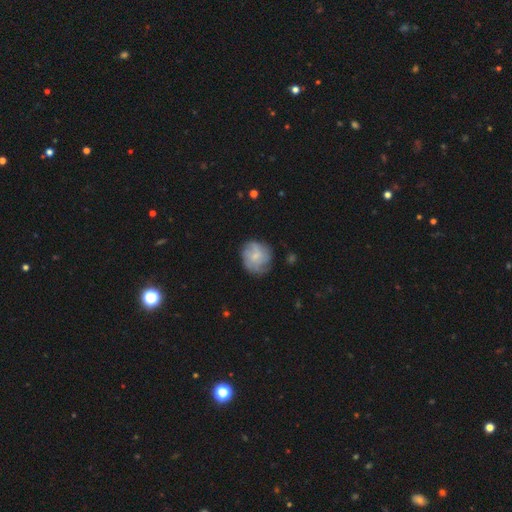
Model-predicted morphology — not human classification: The model was most divided on "smooth or featured": smooth: 49%, featured or disk: 44%, star or artifact: 8%. More confident: merging — none (69%).